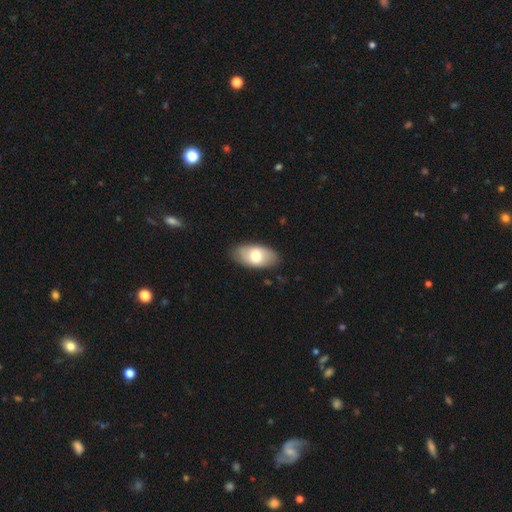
Smooth or featured?
  - smooth: 67% *
  - featured or disk: 28%
  - star or artifact: 5%
How rounded?
  - in between: 85% *
  - round: 12%
  - cigar-shaped: 4%
Merging?
  - none: 92% *
  - minor disturbance: 8%
  - major disturbance: 0%
  - merger: 0%